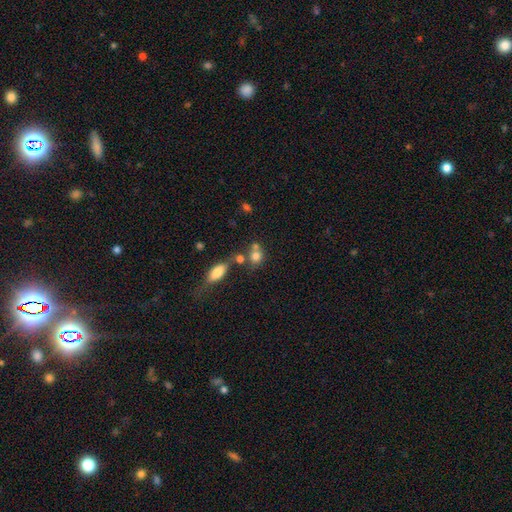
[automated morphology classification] smooth-or-featured: smooth: 76% | featured or disk: 12% | star or artifact: 12%
  how-rounded: round: 67% | in between: 31% | cigar-shaped: 2%
  merging: none: 42% | merger: 40% | minor disturbance: 12% | major disturbance: 6%